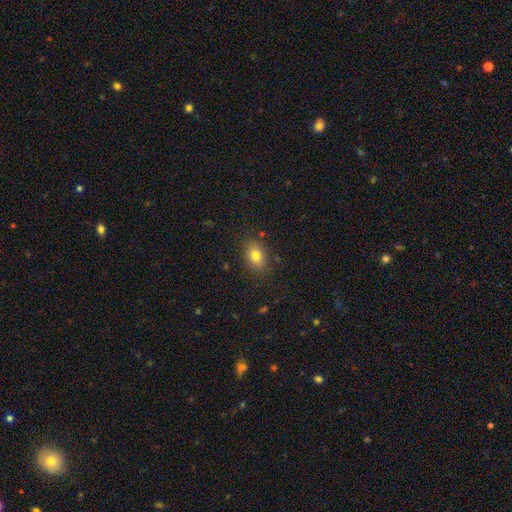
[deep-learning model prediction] Morphology: type=smooth (80%); roundness=in between (72%); merging=none (85%).